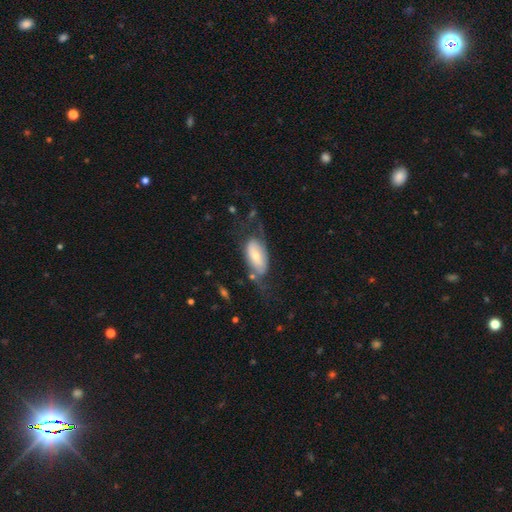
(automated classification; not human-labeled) A featured or disk galaxy (47%).

Vote fractions:
- Smooth or featured? featured or disk: 47% / smooth: 46% / star or artifact: 6%
- Merging? none: 42% / major disturbance: 30% / minor disturbance: 23% / merger: 5%